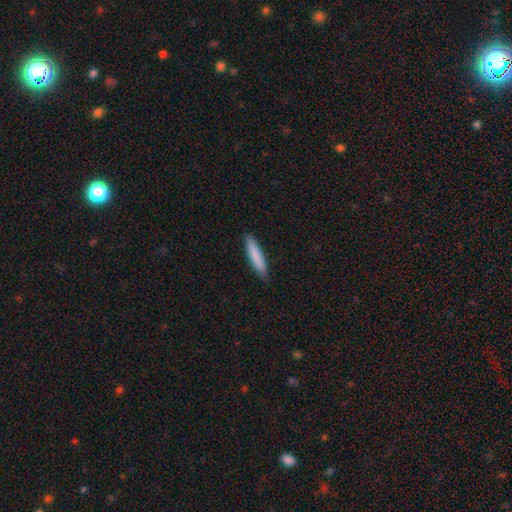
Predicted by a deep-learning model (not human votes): A smooth galaxy with no disk features (83%) that is cigar-shaped (88%). Merging: none (88%).